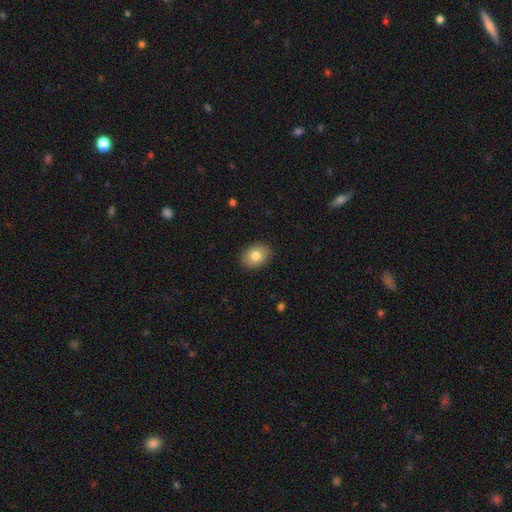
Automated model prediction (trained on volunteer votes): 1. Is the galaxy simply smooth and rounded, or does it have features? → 80% smooth, 12% featured or disk, 8% star or artifact.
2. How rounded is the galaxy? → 69% in between, 30% round, 1% cigar-shaped.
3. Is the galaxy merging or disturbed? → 89% none, 8% minor disturbance, 2% major disturbance, 1% merger.